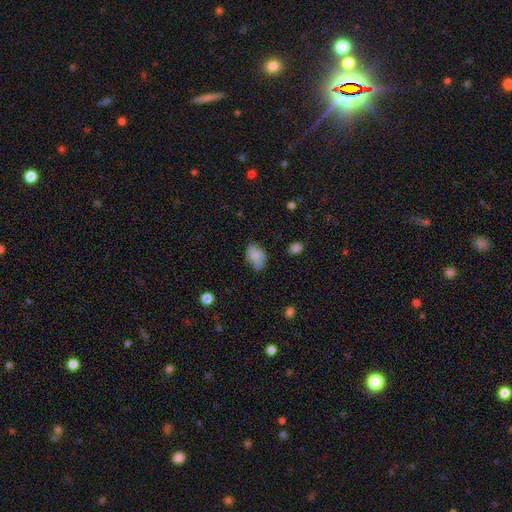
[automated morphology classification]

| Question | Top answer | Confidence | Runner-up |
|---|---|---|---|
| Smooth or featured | smooth | 70% | featured or disk (21%) |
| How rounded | in between | 83% | round (16%) |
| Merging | none | 61% | minor disturbance (27%) |